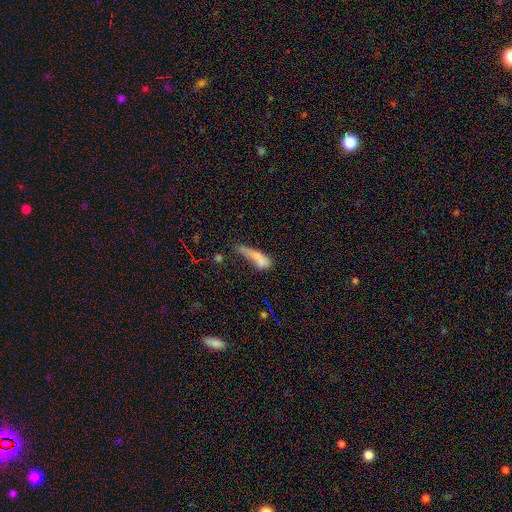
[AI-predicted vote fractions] Smooth or featured: smooth — 61% (featured or disk — 26%)
How rounded: cigar-shaped — 64% (in between — 31%)
Merging: major disturbance — 29% (none — 26%)